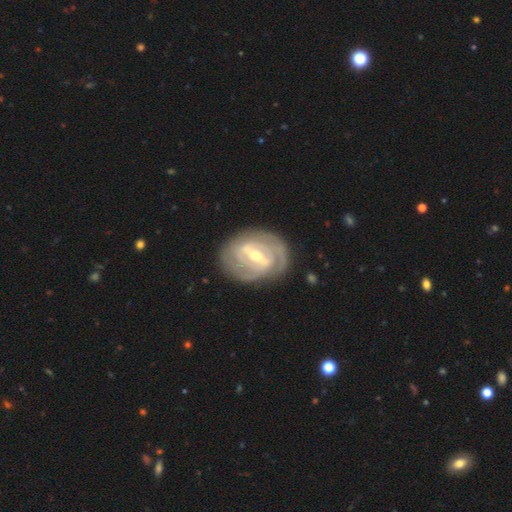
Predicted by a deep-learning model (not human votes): featured or disk 87%, smooth 9%, star or artifact 4%. Down the decision tree: edge-on disk — no (95%); bar — strong (61%); spiral arms — yes (90%); spiral arm count — 2 (44%); spiral winding — tight (69%); bulge size — moderate (58%); merging — none (78%).